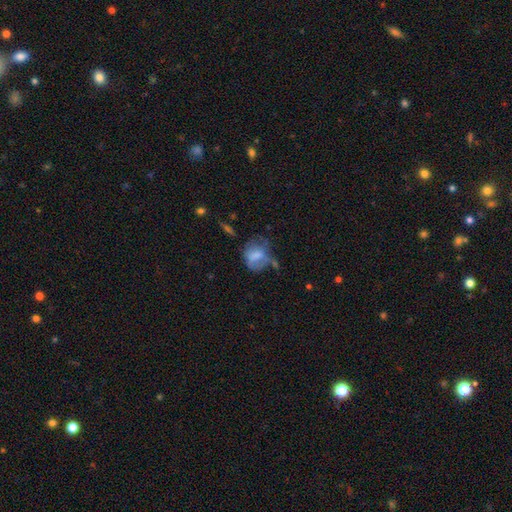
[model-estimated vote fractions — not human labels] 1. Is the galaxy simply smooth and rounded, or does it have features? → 57% smooth, 32% featured or disk, 10% star or artifact.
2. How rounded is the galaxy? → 50% round, 49% in between, 2% cigar-shaped.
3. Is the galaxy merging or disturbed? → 33% none, 30% major disturbance, 28% minor disturbance, 9% merger.